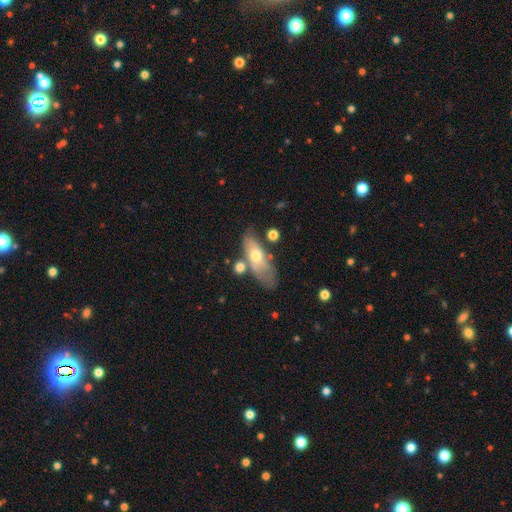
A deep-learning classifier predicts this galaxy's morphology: Overall: smooth (51%; featured or disk 42%). How rounded: in between (65%; cigar-shaped 31%). Merging: none (60%; minor disturbance 21%).